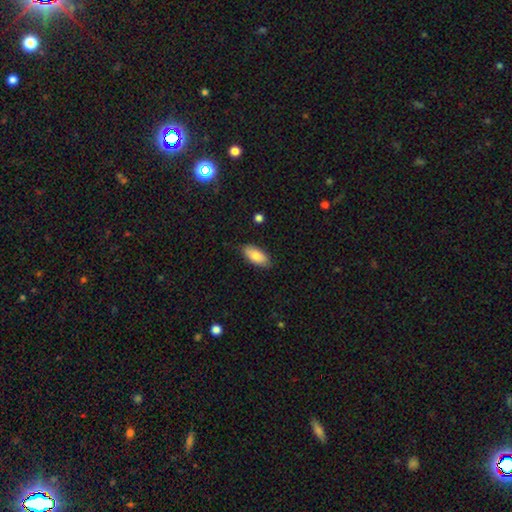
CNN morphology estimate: Smooth or featured?
  - smooth: 81% *
  - featured or disk: 12%
  - star or artifact: 6%
How rounded?
  - in between: 90% *
  - cigar-shaped: 8%
  - round: 2%
Merging?
  - none: 82% *
  - minor disturbance: 15%
  - major disturbance: 2%
  - merger: 1%